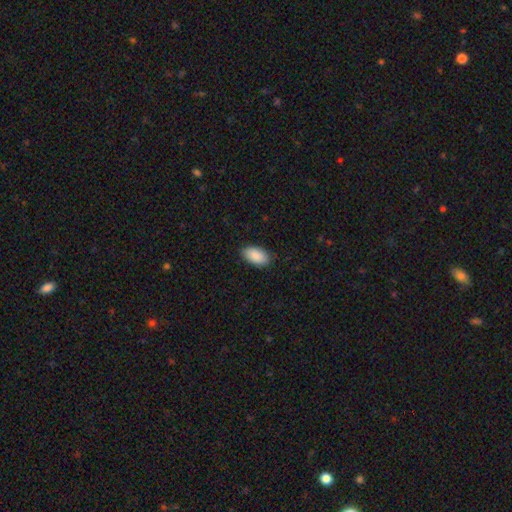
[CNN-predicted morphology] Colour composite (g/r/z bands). It shows a smooth galaxy with no disk features (91%) that is in between round and cigar-shaped (95%). Merging: none (86%).